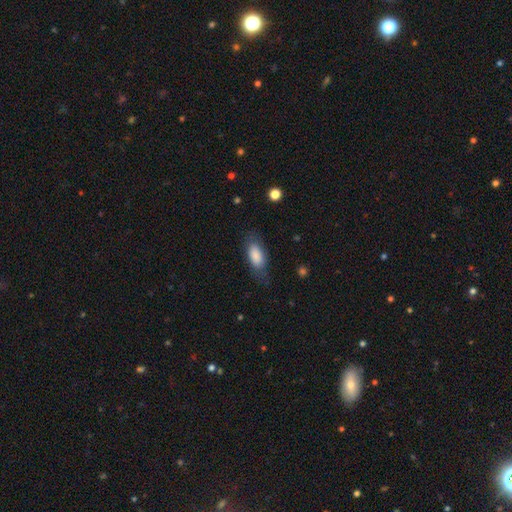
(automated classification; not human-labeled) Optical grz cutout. It shows a smooth galaxy with no disk features (83%) that is in between round and cigar-shaped (85%). Merging: none (72%).